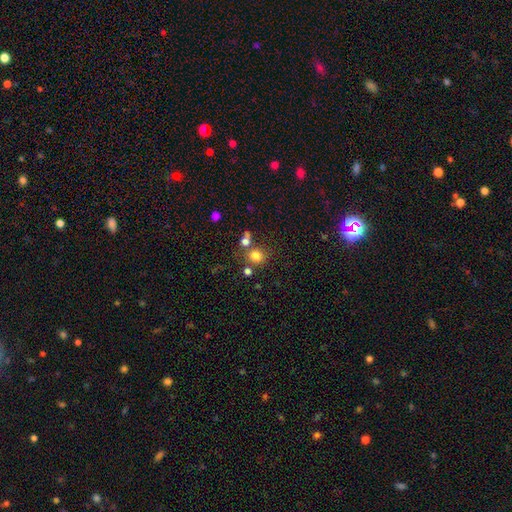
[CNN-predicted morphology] smooth 79%, star or artifact 14%, featured or disk 7%. Down the decision tree: how rounded — round (79%); merging — none (63%).